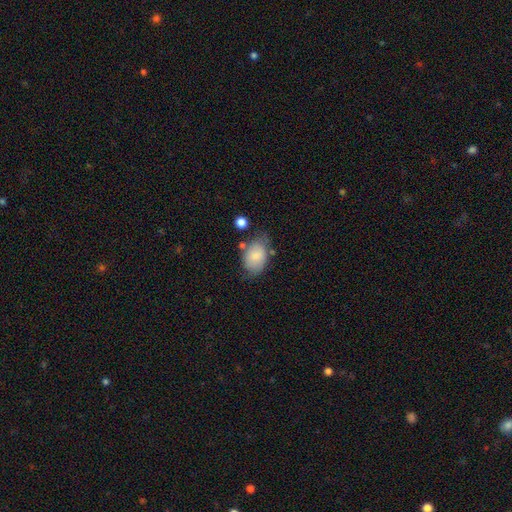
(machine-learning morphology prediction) The model was most divided on "merging": none: 59%, minor disturbance: 26%, major disturbance: 8%, merger: 7%. More confident: how rounded — in between (86%); smooth or featured — smooth (79%).